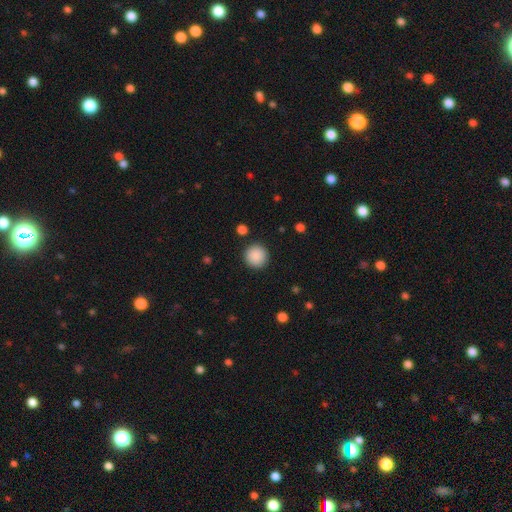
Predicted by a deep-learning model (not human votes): Morphology: type=smooth (89%); roundness=round (95%); merging=none (91%).